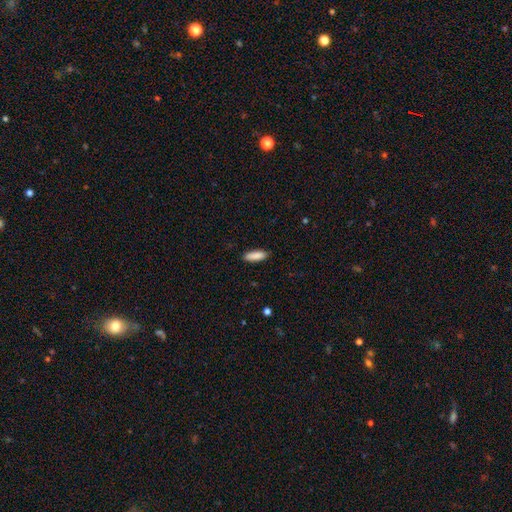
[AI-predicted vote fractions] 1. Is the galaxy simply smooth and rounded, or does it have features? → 89% smooth, 6% star or artifact, 5% featured or disk.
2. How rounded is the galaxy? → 50% in between, 48% cigar-shaped, 2% round.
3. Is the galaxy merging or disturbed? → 87% none, 10% minor disturbance, 2% major disturbance, 1% merger.